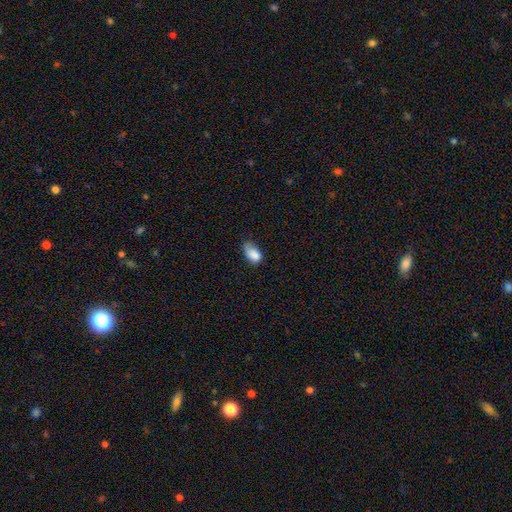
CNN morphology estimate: Smooth or featured? Predicted: smooth (p=0.85). How rounded? Predicted: in between (p=0.90). Merging? Predicted: minor disturbance (p=0.43).